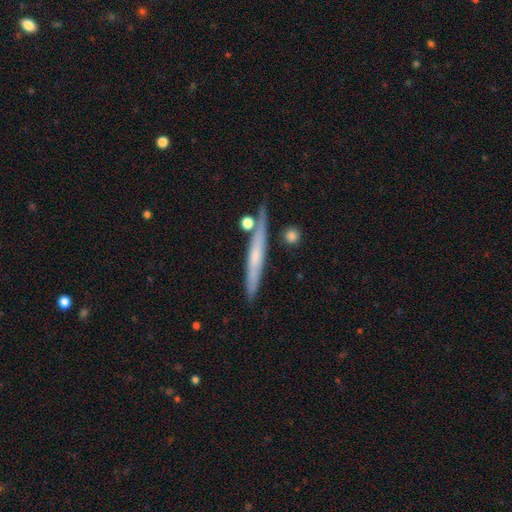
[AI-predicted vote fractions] Morphology: type=featured or disk (50%); edge-on=yes (93%); merging=none (79%).